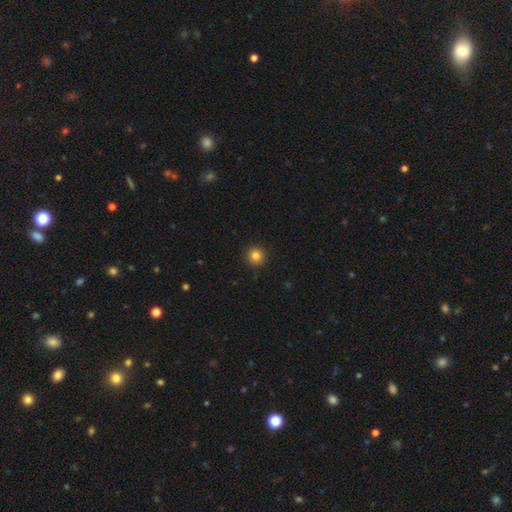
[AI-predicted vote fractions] A smooth galaxy with no disk features (84%) that is round (96%).

Vote fractions:
- Smooth or featured? smooth: 84% / star or artifact: 11% / featured or disk: 5%
- How rounded? round: 96% / in between: 3% / cigar-shaped: 1%
- Merging? none: 92% / minor disturbance: 5% / major disturbance: 2% / merger: 1%